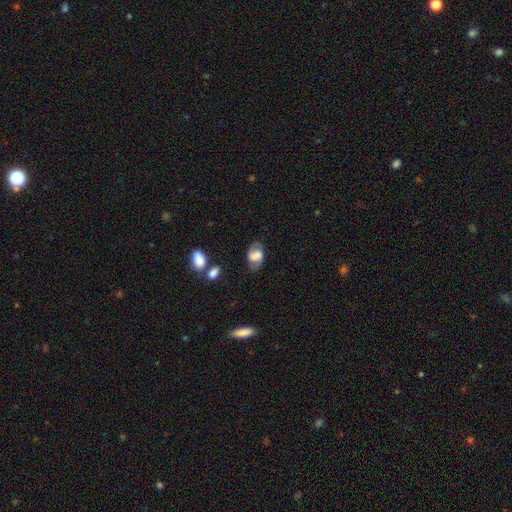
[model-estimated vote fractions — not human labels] A smooth galaxy with no disk features (46%). Merging: none (65%).